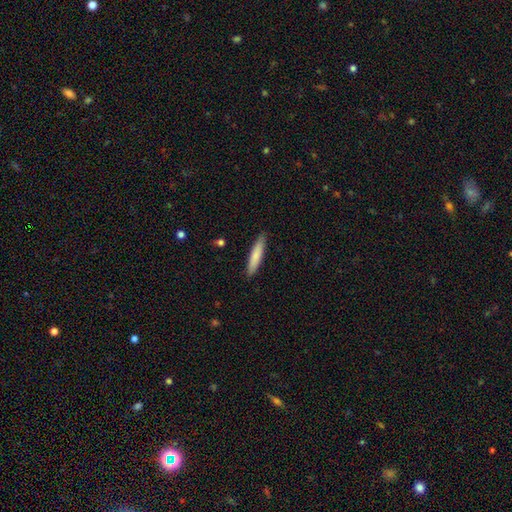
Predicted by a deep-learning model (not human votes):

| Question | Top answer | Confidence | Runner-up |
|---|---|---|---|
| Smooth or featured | smooth | 80% | featured or disk (14%) |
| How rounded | cigar-shaped | 87% | in between (12%) |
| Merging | none | 88% | minor disturbance (9%) |